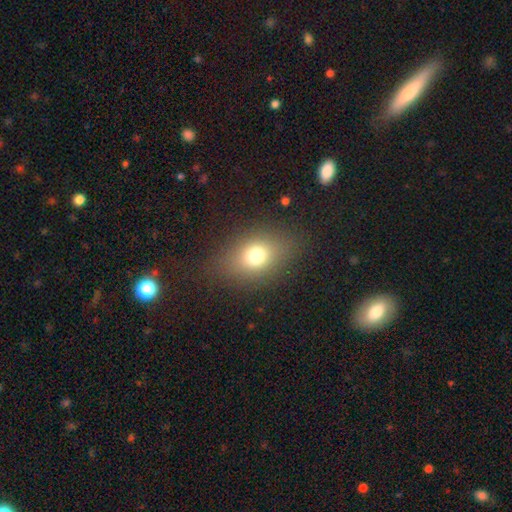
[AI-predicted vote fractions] Smooth or featured? Predicted: smooth (p=0.73). How rounded? Predicted: in between (p=0.64). Merging? Predicted: none (p=0.82).